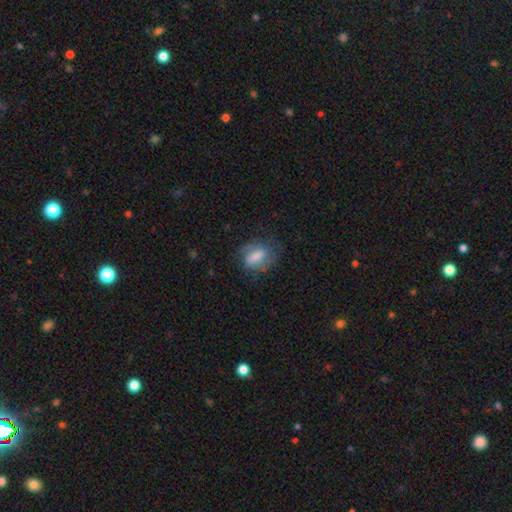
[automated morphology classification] Smooth or featured? smooth (54%)
How rounded? in between (74%)
Merging? none (60%)